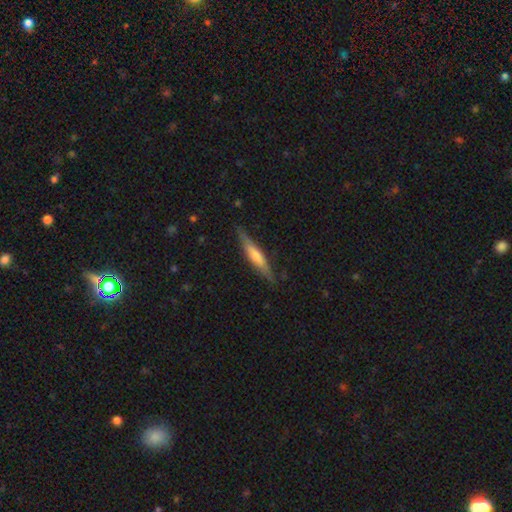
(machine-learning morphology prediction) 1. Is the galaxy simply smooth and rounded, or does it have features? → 54% featured or disk, 40% smooth, 6% star or artifact.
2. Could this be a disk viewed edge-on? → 94% yes, 6% no.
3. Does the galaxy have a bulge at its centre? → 64% rounded, 21% none, 14% boxy.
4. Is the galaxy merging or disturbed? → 86% none, 11% minor disturbance, 2% major disturbance, 1% merger.